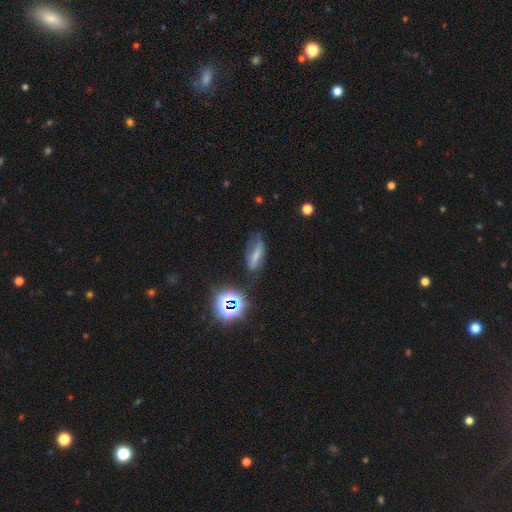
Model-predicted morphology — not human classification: This appears to be a smooth galaxy with no disk features (54%) that is in between round and cigar-shaped (62%). Merging: none (57%).